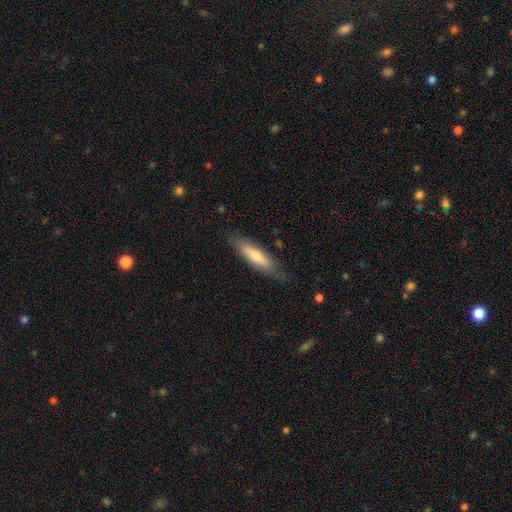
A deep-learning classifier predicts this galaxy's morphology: type=smooth (67%); roundness=cigar-shaped (71%); merging=none (79%).